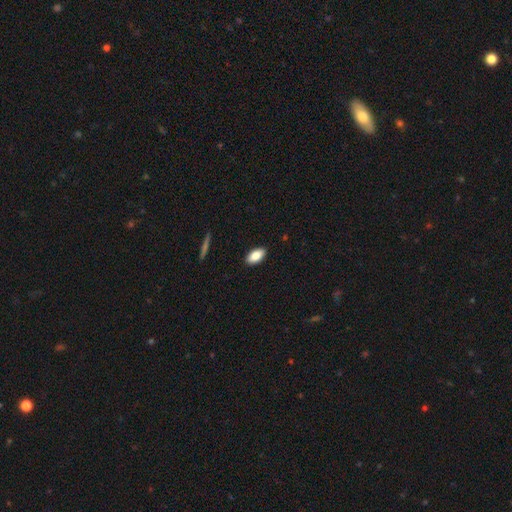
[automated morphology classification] smooth 85%, featured or disk 8%, star or artifact 7%. Down the decision tree: how rounded — in between (91%); merging — none (90%).